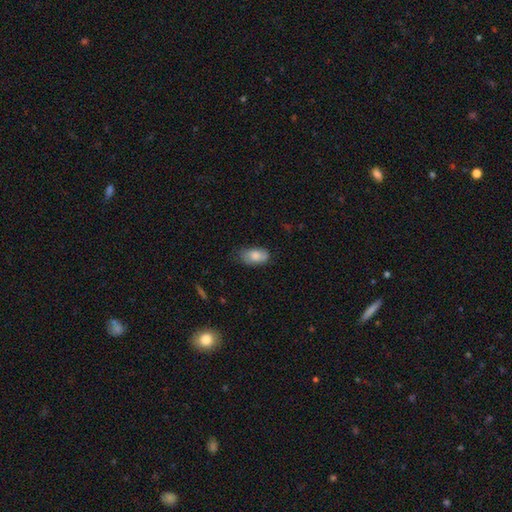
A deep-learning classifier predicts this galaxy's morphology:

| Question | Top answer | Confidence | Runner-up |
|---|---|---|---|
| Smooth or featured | smooth | 74% | featured or disk (20%) |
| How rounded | in between | 92% | round (6%) |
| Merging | none | 66% | minor disturbance (27%) |